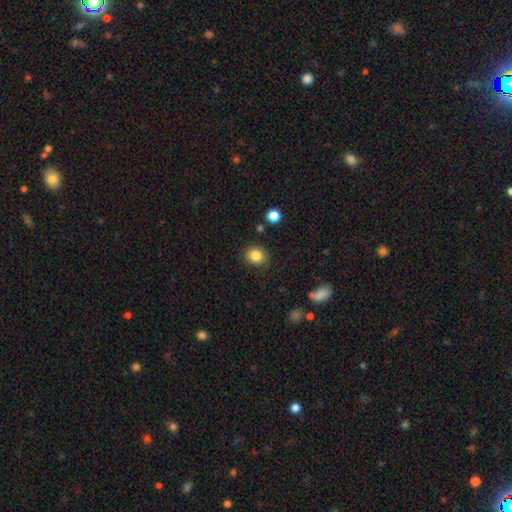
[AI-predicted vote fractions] This appears to be a smooth galaxy with no disk features (84%) that is round (64%). Merging: none (87%).